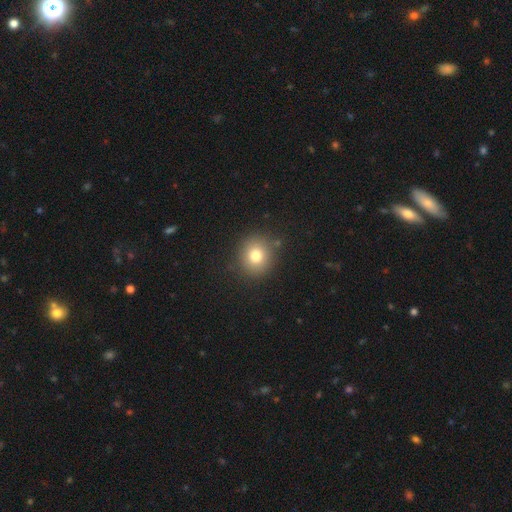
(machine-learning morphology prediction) smooth_or_featured: smooth (p=0.78) [alt: star or artifact p=0.12]
how_rounded: round (p=0.86) [alt: in between p=0.13]
merging: none (p=0.87) [alt: minor disturbance p=0.08]